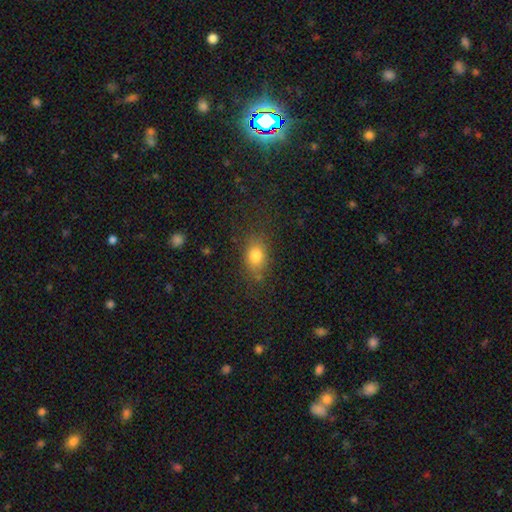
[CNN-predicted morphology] smooth-or-featured: smooth: 79% | star or artifact: 11% | featured or disk: 10%
  how-rounded: in between: 73% | round: 25% | cigar-shaped: 3%
  merging: none: 72% | minor disturbance: 18% | major disturbance: 7% | merger: 3%